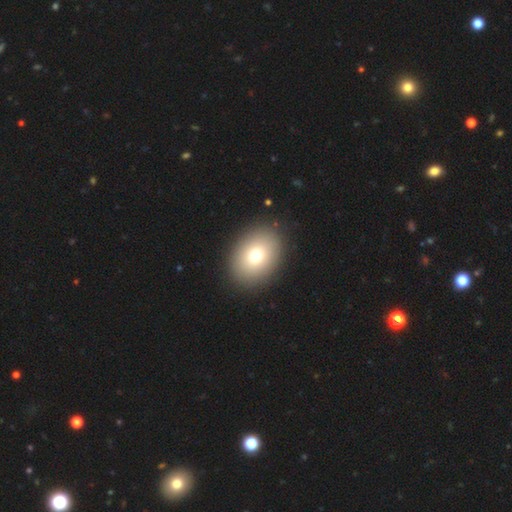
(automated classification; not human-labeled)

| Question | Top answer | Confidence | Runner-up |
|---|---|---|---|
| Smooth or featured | smooth | 75% | featured or disk (14%) |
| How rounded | in between | 65% | round (34%) |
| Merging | none | 89% | minor disturbance (7%) |